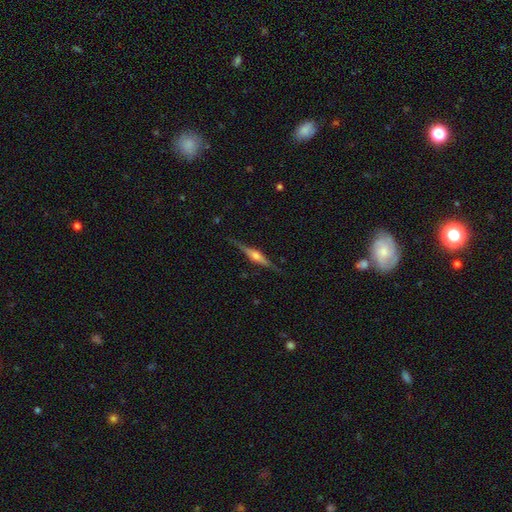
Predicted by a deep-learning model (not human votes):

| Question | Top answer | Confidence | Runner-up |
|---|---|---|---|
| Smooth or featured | featured or disk | 80% | smooth (14%) |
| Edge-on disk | yes | 98% | no (2%) |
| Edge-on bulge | rounded | 87% | boxy (9%) |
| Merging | none | 87% | minor disturbance (9%) |